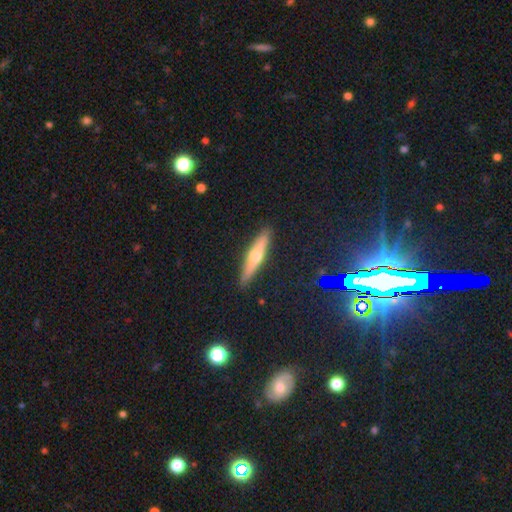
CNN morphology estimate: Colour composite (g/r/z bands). It shows a featured or disk galaxy (52%) viewed edge-on (93%). Merging: none (90%).